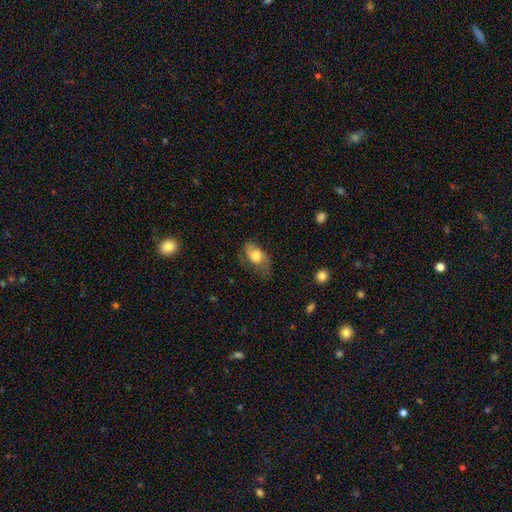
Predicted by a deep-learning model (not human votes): smooth-or-featured: smooth: 69% | featured or disk: 24% | star or artifact: 8%
  how-rounded: in between: 85% | round: 11% | cigar-shaped: 3%
  merging: none: 46% | minor disturbance: 32% | major disturbance: 20% | merger: 2%